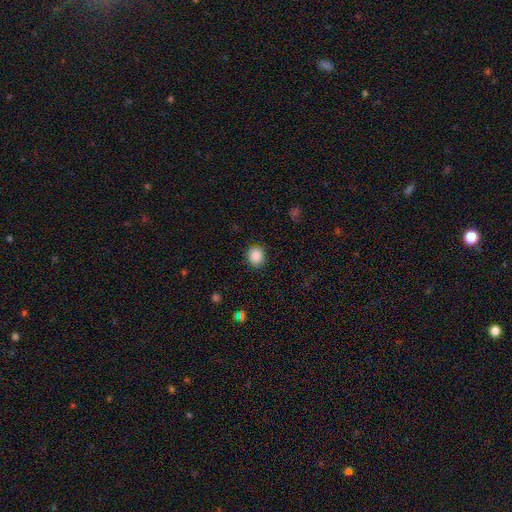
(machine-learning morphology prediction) This is clearly a smooth galaxy (87%). How rounded: clearly round (82%). Merging: clearly none (87%).